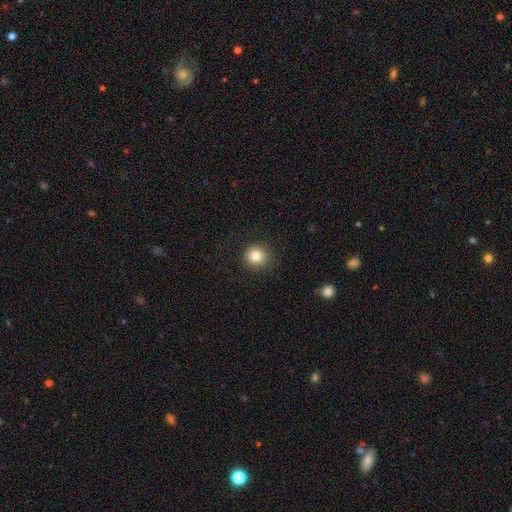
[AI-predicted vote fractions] The model was most divided on "smooth or featured": smooth: 82%, star or artifact: 11%, featured or disk: 7%. More confident: how rounded — round (92%); merging — none (90%).